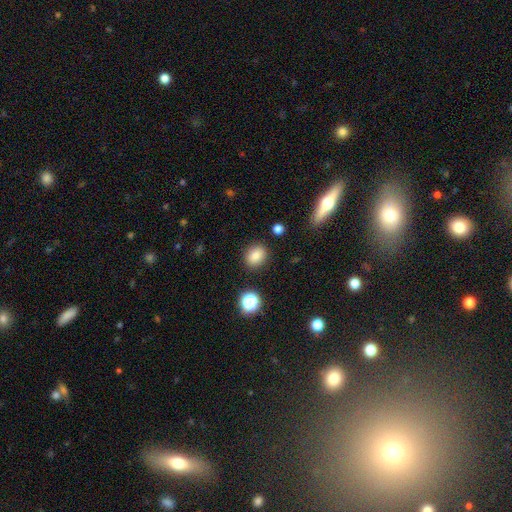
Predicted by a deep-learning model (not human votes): Smooth or featured?
  - smooth: 83% *
  - star or artifact: 12%
  - featured or disk: 6%
How rounded?
  - round: 57% *
  - in between: 42%
  - cigar-shaped: 1%
Merging?
  - none: 87% *
  - minor disturbance: 8%
  - major disturbance: 3%
  - merger: 2%